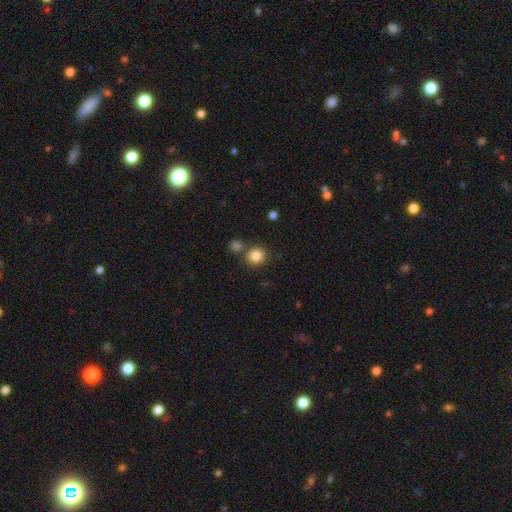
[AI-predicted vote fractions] This appears to be a smooth galaxy with no disk features (85%) that is round (87%). Merging: none (76%).